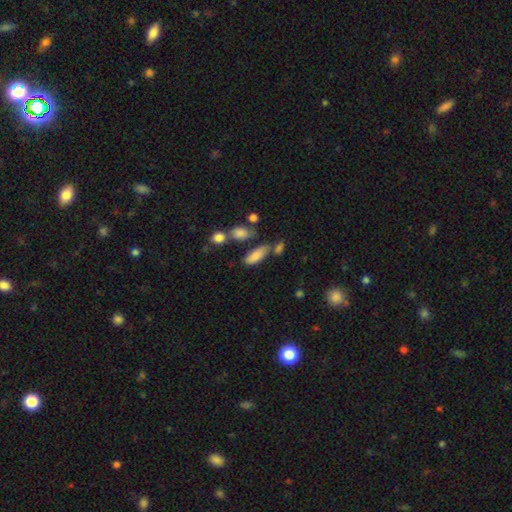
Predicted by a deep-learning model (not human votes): smooth 80%, featured or disk 11%, star or artifact 8%. Down the decision tree: how rounded — in between (78%); merging — none (57%).